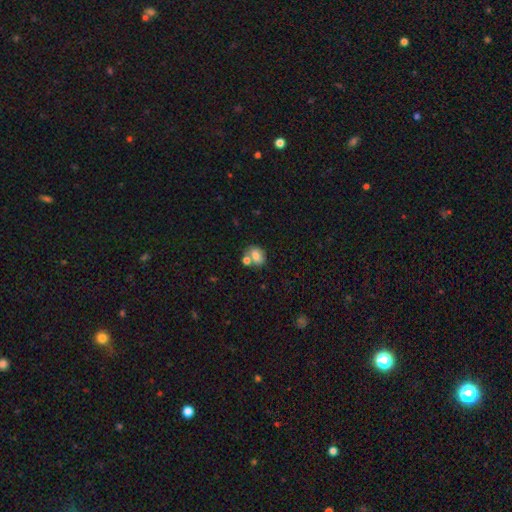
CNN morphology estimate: A smooth galaxy with no disk features (76%) that is in between round and cigar-shaped (59%).

Vote fractions:
- Smooth or featured? smooth: 76% / featured or disk: 15% / star or artifact: 9%
- How rounded? in between: 59% / round: 40% / cigar-shaped: 1%
- Merging? none: 47% / merger: 37% / minor disturbance: 12% / major disturbance: 4%